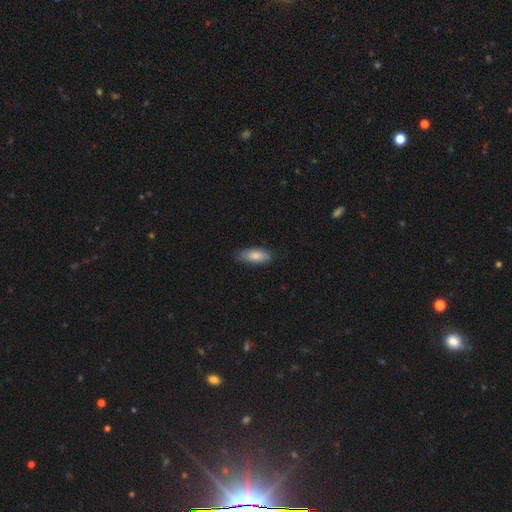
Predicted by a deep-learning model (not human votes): Smooth or featured?
  - smooth: 83% *
  - featured or disk: 12%
  - star or artifact: 6%
How rounded?
  - in between: 78% *
  - cigar-shaped: 21%
  - round: 2%
Merging?
  - none: 78% *
  - minor disturbance: 18%
  - major disturbance: 3%
  - merger: 1%